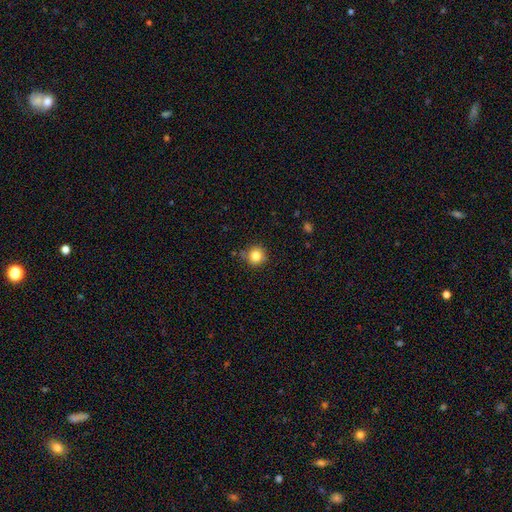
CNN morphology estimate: Smooth or featured: smooth — 83% (star or artifact — 11%)
How rounded: round — 93% (in between — 6%)
Merging: none — 79% (minor disturbance — 14%)